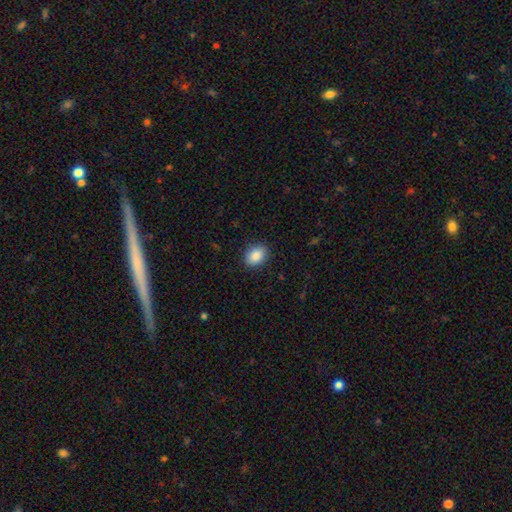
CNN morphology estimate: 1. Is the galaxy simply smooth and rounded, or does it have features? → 89% smooth, 7% star or artifact, 4% featured or disk.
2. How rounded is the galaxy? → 72% in between, 27% round, 1% cigar-shaped.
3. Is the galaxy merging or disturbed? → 89% none, 8% minor disturbance, 2% major disturbance, 1% merger.